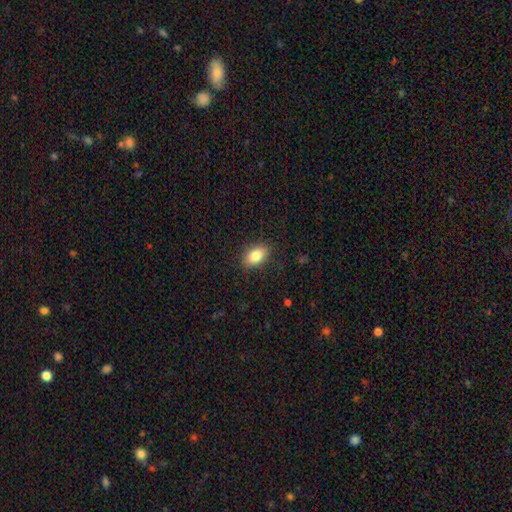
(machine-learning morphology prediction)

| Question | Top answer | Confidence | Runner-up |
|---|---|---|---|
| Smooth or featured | smooth | 83% | featured or disk (9%) |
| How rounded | in between | 87% | round (11%) |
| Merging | none | 87% | minor disturbance (10%) |